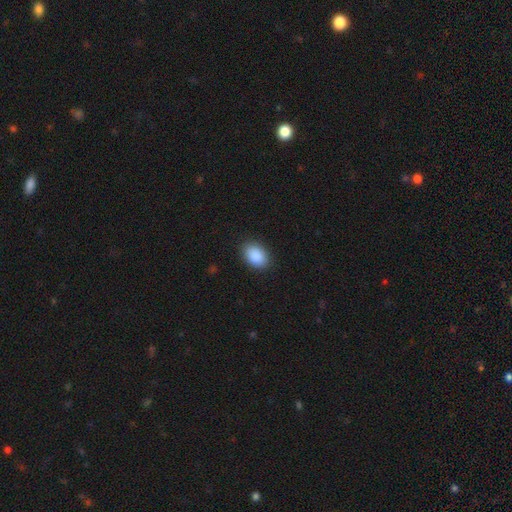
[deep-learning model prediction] This is clearly a smooth galaxy (90%). How rounded: clearly in between (86%). Merging: clearly none (88%).